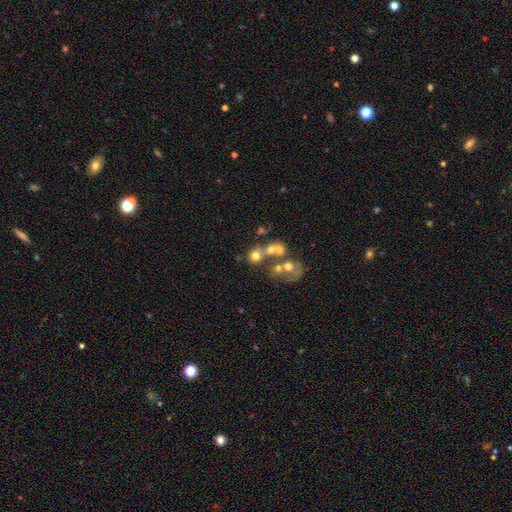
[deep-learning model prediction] Smooth or featured? smooth (60%)
How rounded? round (79%)
Merging? merger (44%)